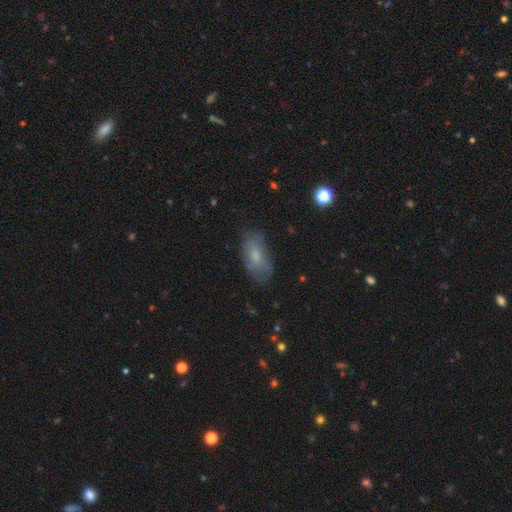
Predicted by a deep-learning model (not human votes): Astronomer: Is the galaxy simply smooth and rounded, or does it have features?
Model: smooth — 68%.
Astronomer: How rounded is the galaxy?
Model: in between — 89%.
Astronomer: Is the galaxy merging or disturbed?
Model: none — 65%.